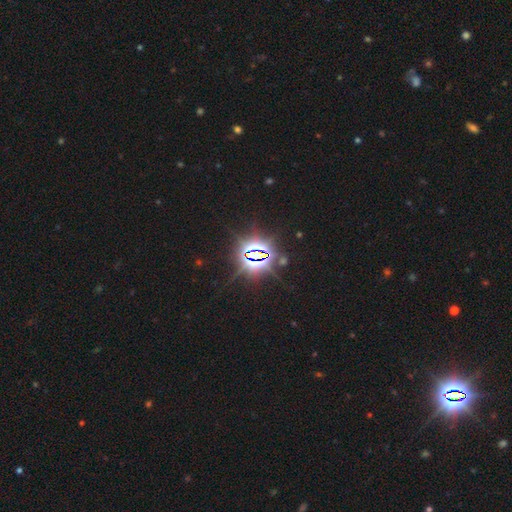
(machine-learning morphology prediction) A star or artifact, not a galaxy (85%).

Vote fractions:
- Smooth or featured? star or artifact: 85% / smooth: 8% / featured or disk: 7%